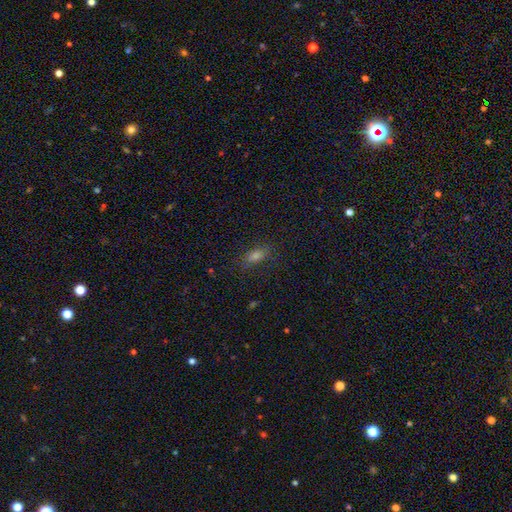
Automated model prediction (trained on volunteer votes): Morphology: type=smooth (67%); roundness=in between (71%); merging=none (83%).